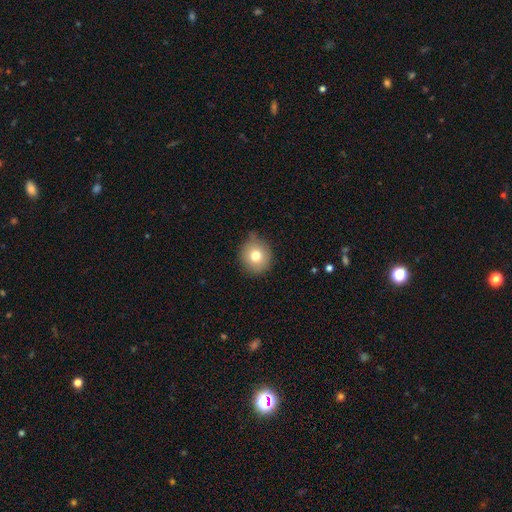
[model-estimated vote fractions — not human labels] Smooth or featured? Predicted: smooth (p=0.76). How rounded? Predicted: round (p=0.85). Merging? Predicted: none (p=0.73).